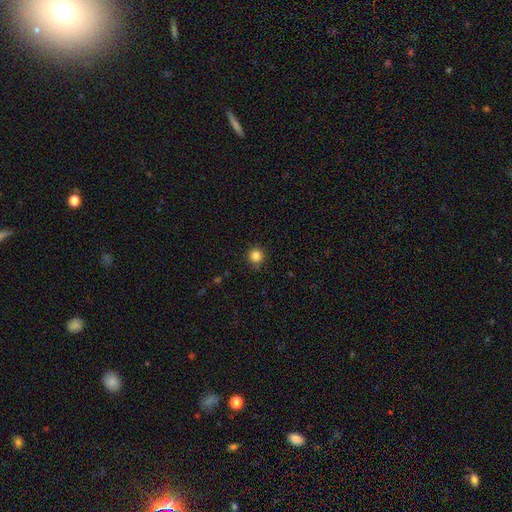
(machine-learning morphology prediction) This is clearly a smooth galaxy (84%). How rounded: clearly round (95%). Merging: clearly none (90%).